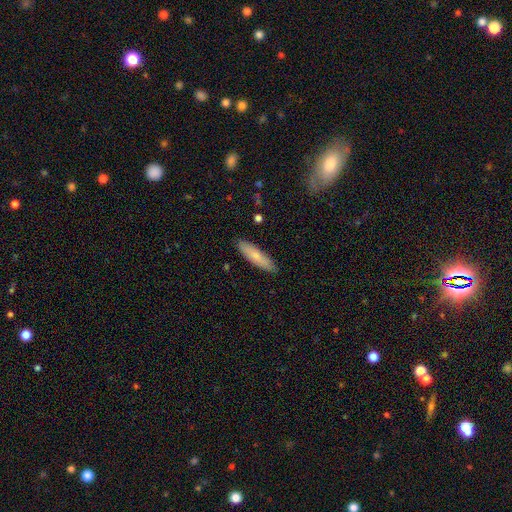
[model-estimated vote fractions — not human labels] Overall: smooth (74%). How rounded: cigar-shaped (68%; in between 31%). Merging: none (88%).